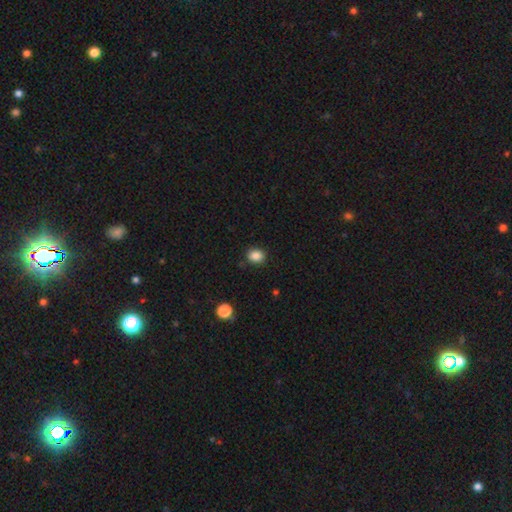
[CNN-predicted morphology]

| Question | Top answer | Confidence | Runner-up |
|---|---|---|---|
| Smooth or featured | smooth | 86% | star or artifact (10%) |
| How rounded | round | 60% | in between (40%) |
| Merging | none | 86% | minor disturbance (10%) |